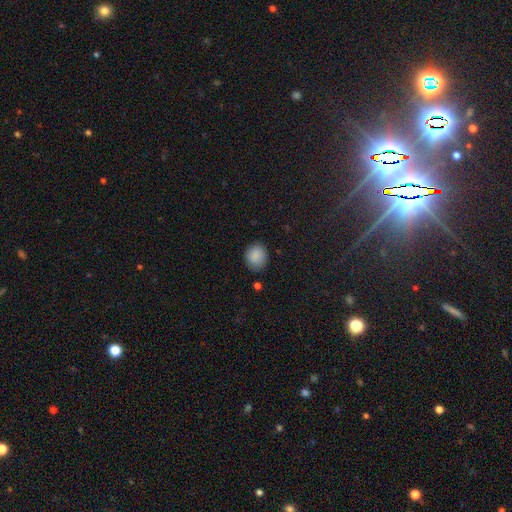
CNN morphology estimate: The model was most divided on "how rounded": round: 64%, in between: 35%, cigar-shaped: 1%. More confident: smooth or featured — smooth (88%); merging — none (82%).